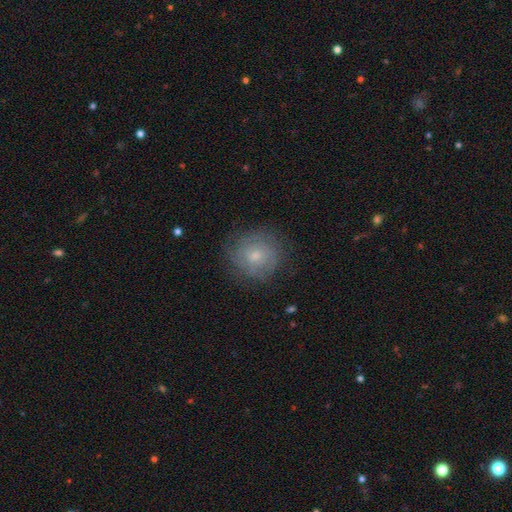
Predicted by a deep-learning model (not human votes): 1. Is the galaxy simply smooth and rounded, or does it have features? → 45% featured or disk (tied), 45% smooth (tied), 10% star or artifact.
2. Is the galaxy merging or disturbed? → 77% none, 15% minor disturbance, 6% major disturbance, 1% merger.